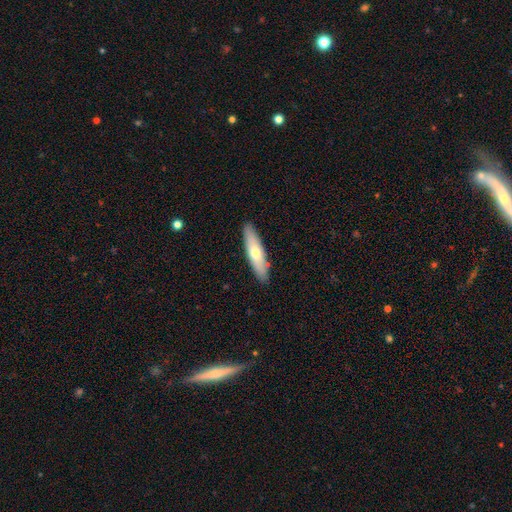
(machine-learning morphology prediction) smooth-or-featured: smooth: 59% | featured or disk: 36% | star or artifact: 6%
  how-rounded: cigar-shaped: 71% | in between: 28% | round: 2%
  merging: none: 87% | minor disturbance: 9% | major disturbance: 2% | merger: 2%